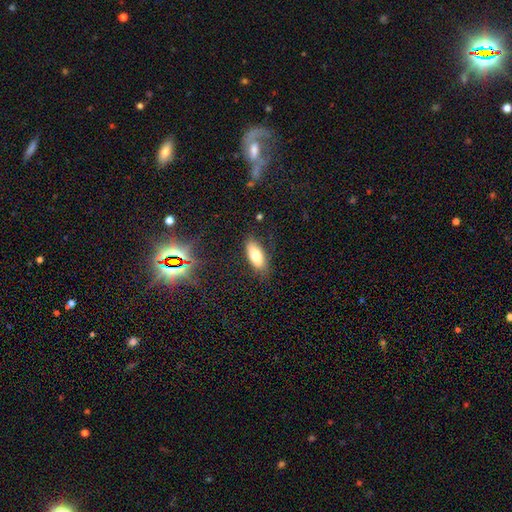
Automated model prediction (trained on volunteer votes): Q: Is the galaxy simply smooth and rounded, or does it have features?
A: smooth — 73%.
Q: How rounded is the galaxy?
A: in between — 83%.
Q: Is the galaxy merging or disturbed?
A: none — 82%.